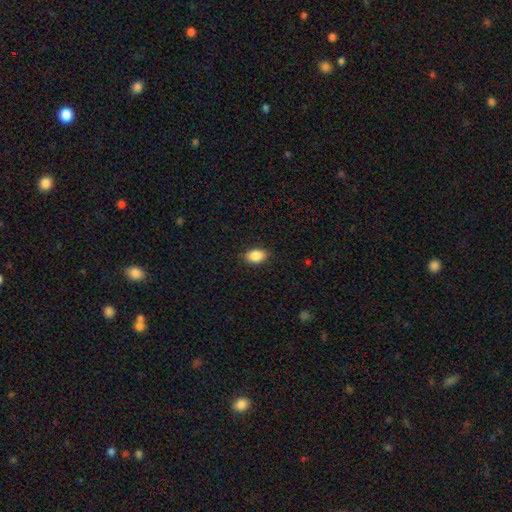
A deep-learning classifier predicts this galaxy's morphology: Q: Smooth or featured?
A: smooth (88%); runner-up: star or artifact (8%)
Q: How rounded?
A: in between (87%); runner-up: round (12%)
Q: Merging?
A: none (86%); runner-up: minor disturbance (11%)